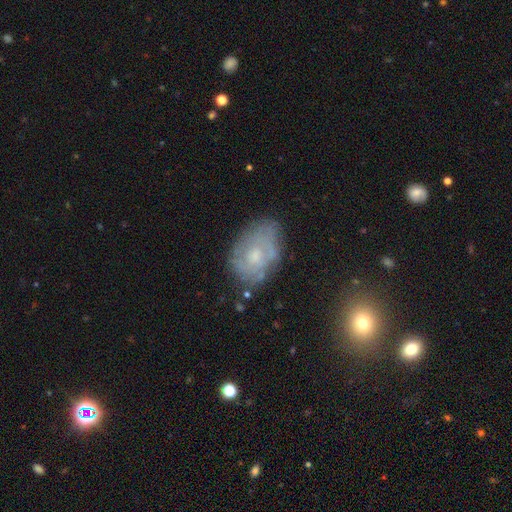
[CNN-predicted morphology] Smooth or featured?
  - featured or disk: 55% *
  - smooth: 35%
  - star or artifact: 10%
Edge-on disk?
  - no: 95% *
  - yes: 5%
Bar?
  - no: 81% *
  - weak: 16%
  - strong: 3%
Spiral arms?
  - no: 52% *
  - yes: 48%
Bulge size?
  - moderate: 47% *
  - small: 40%
  - none: 8%
  - large: 4%
  - dominant: 1%
Merging?
  - none: 67% *
  - minor disturbance: 22%
  - major disturbance: 8%
  - merger: 3%